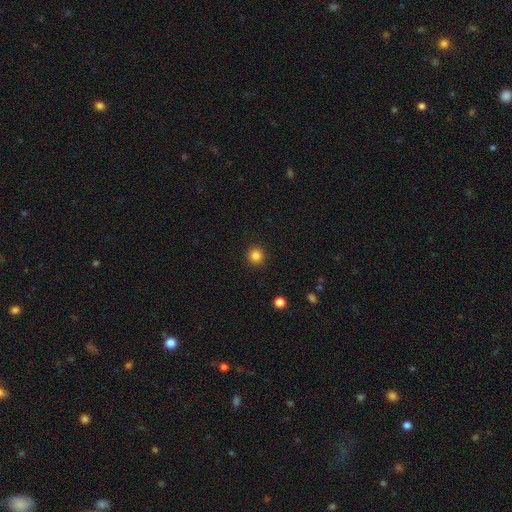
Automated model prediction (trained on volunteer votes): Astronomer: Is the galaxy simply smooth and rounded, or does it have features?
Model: smooth — 85%.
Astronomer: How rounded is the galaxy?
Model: round — 93%.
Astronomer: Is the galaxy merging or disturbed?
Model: none — 92%.